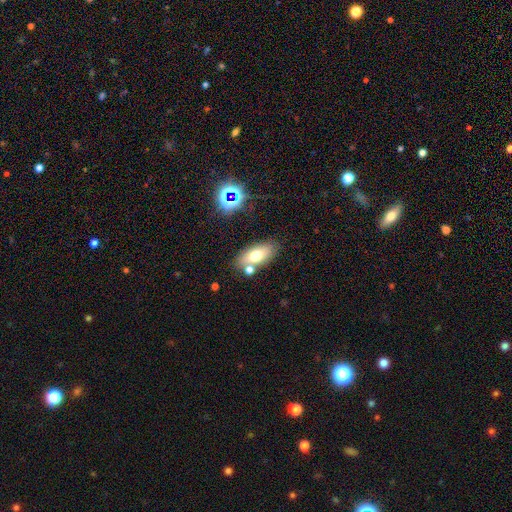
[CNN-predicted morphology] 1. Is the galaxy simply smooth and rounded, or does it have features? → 67% smooth, 21% featured or disk, 12% star or artifact.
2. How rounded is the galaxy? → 84% in between, 10% cigar-shaped, 6% round.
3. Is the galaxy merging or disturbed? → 73% none, 12% minor disturbance, 11% merger, 4% major disturbance.